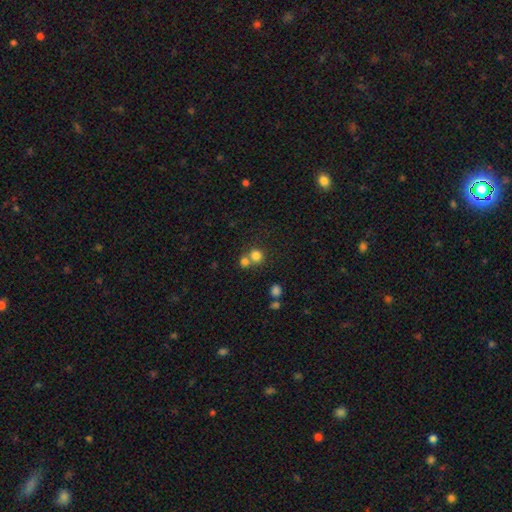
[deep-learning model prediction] Smooth or featured? smooth (78%)
How rounded? round (88%)
Merging? none (51%)